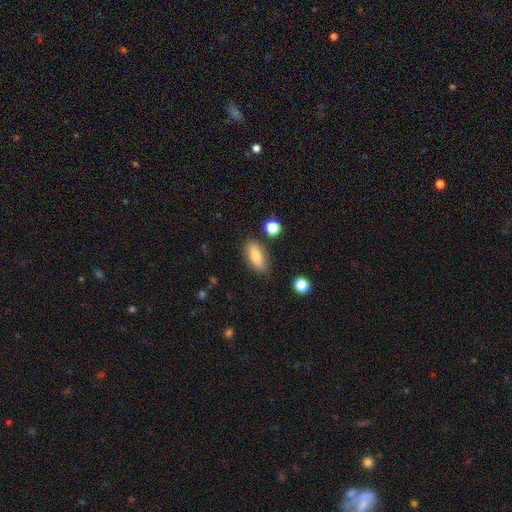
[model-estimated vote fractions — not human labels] Smooth or featured? Predicted: smooth (p=0.78). How rounded? Predicted: in between (p=0.77). Merging? Predicted: none (p=0.81).